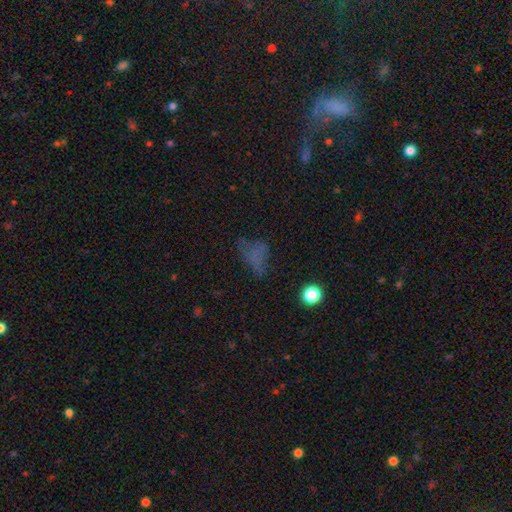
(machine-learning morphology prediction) Smooth or featured?
  - smooth: 51% *
  - star or artifact: 28%
  - featured or disk: 22%
How rounded?
  - in between: 71% *
  - round: 24%
  - cigar-shaped: 5%
Merging?
  - none: 44% *
  - major disturbance: 29%
  - minor disturbance: 23%
  - merger: 5%